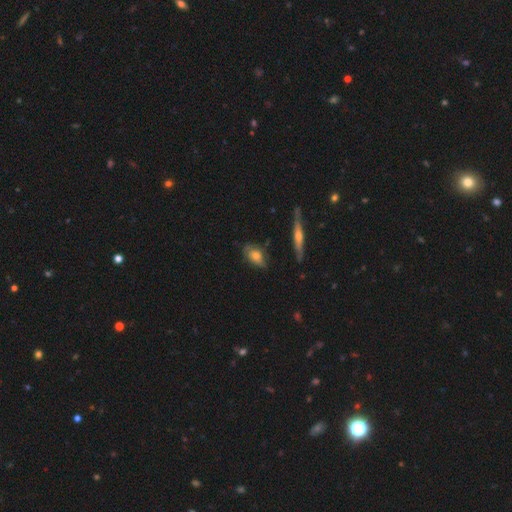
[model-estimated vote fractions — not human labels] A smooth galaxy with no disk features (58%) that is in between round and cigar-shaped (79%). Merging: none (62%).